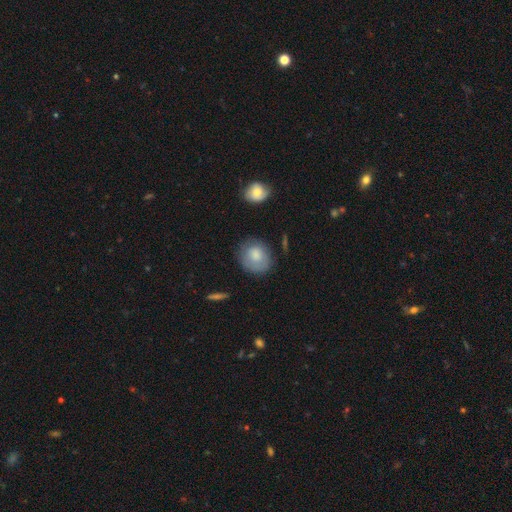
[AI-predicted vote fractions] Overall: smooth (76%). How rounded: round (67%; in between 32%). Merging: none (72%).